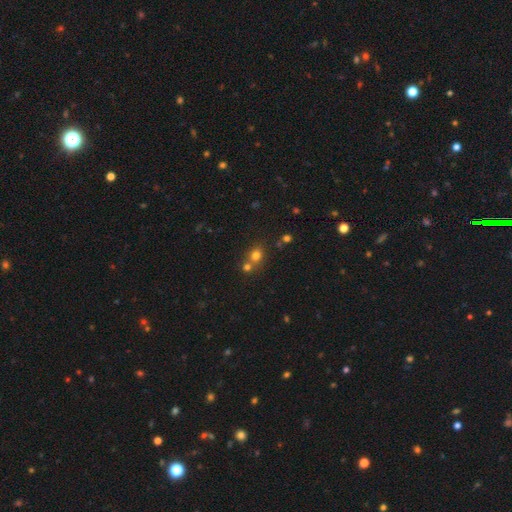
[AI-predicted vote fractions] smooth_or_featured: smooth (p=0.73) [alt: star or artifact p=0.18]
how_rounded: round (p=0.76) [alt: in between p=0.23]
merging: none (p=0.53) [alt: merger p=0.36]